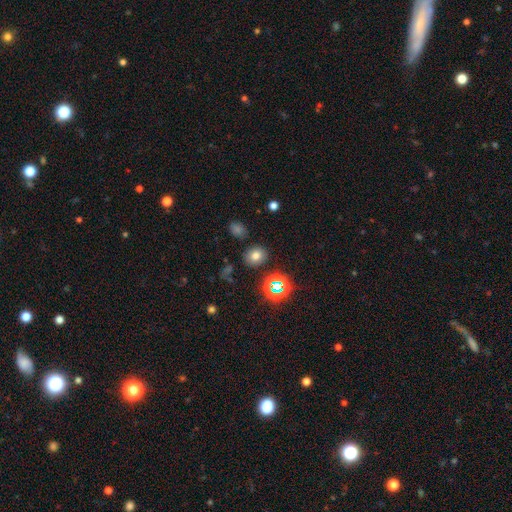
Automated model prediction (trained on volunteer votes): The model was most divided on "how rounded": round: 55%, in between: 44%, cigar-shaped: 1%. More confident: merging — none (85%); smooth or featured — smooth (71%).